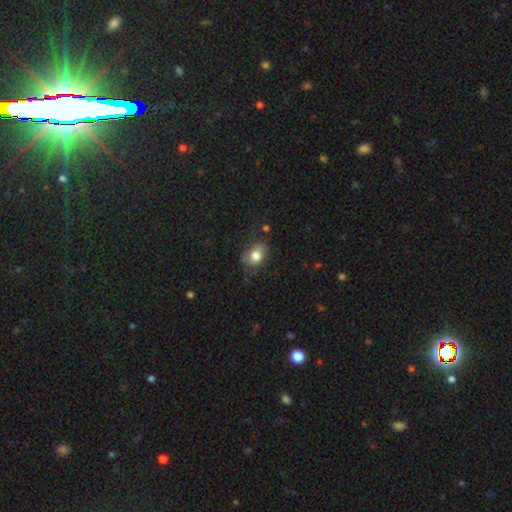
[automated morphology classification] Q: Smooth or featured?
A: smooth (78%); runner-up: featured or disk (13%)
Q: How rounded?
A: in between (71%); runner-up: round (28%)
Q: Merging?
A: none (63%); runner-up: minor disturbance (25%)